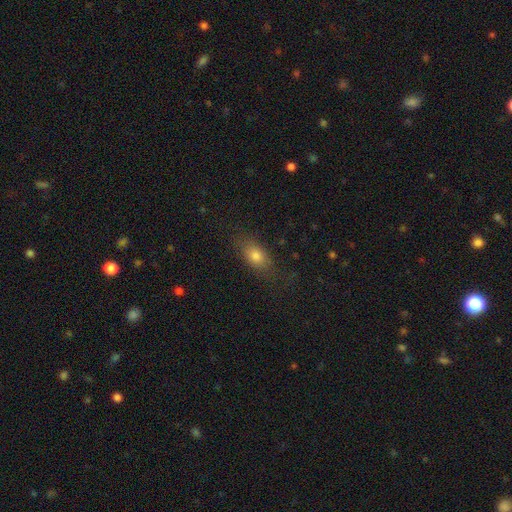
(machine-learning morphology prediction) Smooth or featured? smooth (76%)
How rounded? in between (77%)
Merging? none (77%)